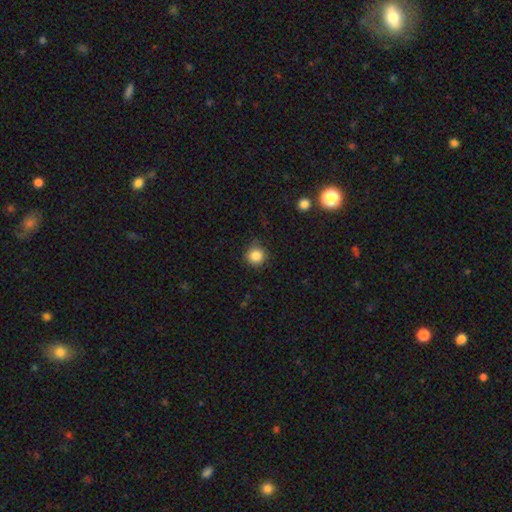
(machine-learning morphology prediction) A smooth galaxy with no disk features (85%) that is round (94%). Merging: none (83%).